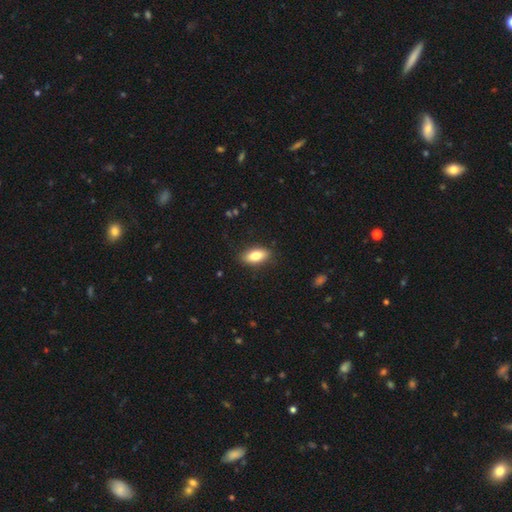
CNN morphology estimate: Smooth or featured? smooth (81%)
How rounded? in between (87%)
Merging? none (86%)